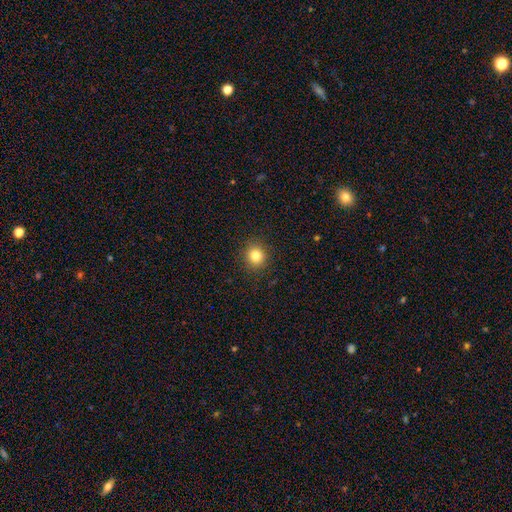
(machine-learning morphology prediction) A smooth galaxy with no disk features (82%) that is round (90%).

Vote fractions:
- Smooth or featured? smooth: 82% / star or artifact: 12% / featured or disk: 6%
- How rounded? round: 90% / in between: 9% / cigar-shaped: 1%
- Merging? none: 91% / minor disturbance: 6% / major disturbance: 2% / merger: 1%